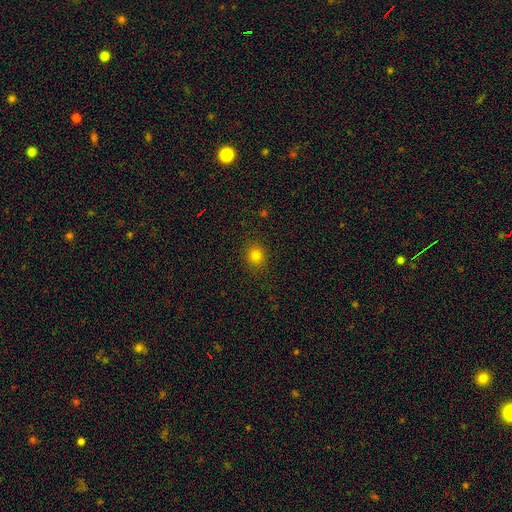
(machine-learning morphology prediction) smooth_or_featured: smooth (p=0.80) [alt: star or artifact p=0.15]
how_rounded: round (p=0.78) [alt: in between p=0.21]
merging: none (p=0.88) [alt: minor disturbance p=0.08]